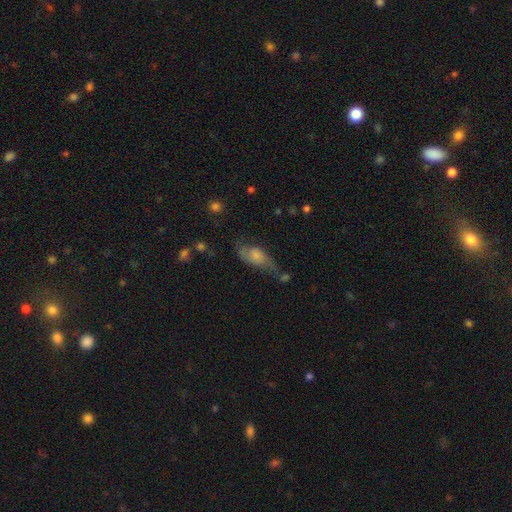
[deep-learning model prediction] Overall: featured or disk (50%; smooth 41%). Merging: none (42%; minor disturbance 30%).